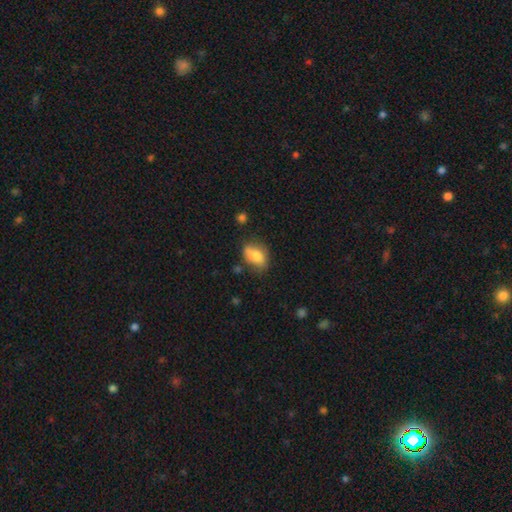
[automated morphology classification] Smooth or featured? smooth (74%)
How rounded? in between (79%)
Merging? none (52%)